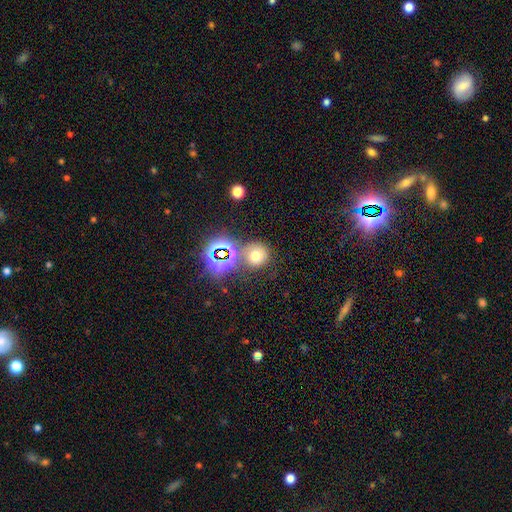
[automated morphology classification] type=smooth (60%); roundness=round (87%); merging=none (65%).